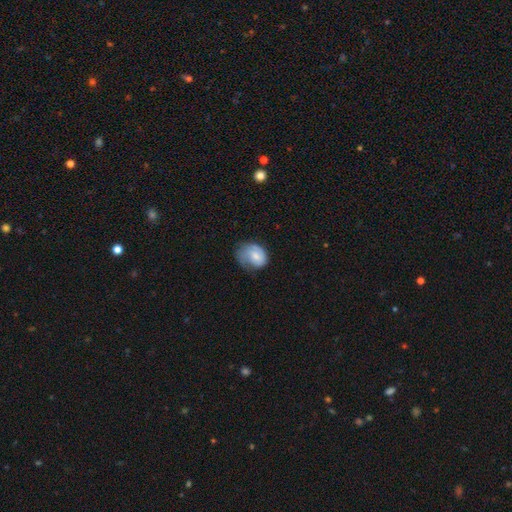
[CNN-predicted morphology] smooth 49%, featured or disk 44%, star or artifact 7%. Down the decision tree: merging — none (42%).